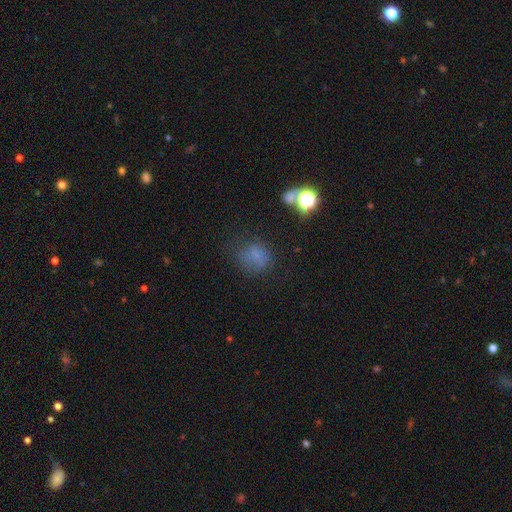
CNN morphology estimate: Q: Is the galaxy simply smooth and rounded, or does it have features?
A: smooth — 65%.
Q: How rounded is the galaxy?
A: round — 69%.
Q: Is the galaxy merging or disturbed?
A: none — 57%.